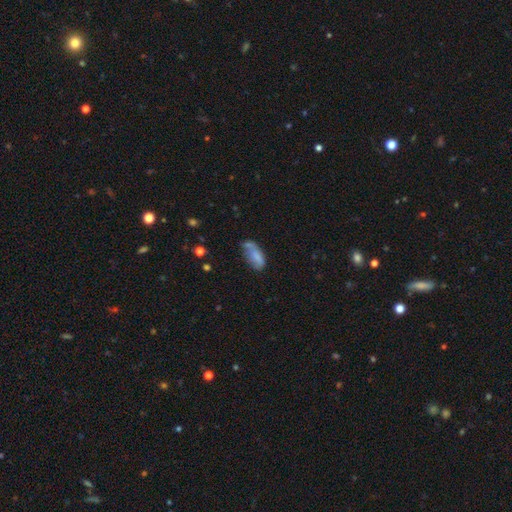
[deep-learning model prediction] Smooth or featured? Predicted: smooth (p=0.71). How rounded? Predicted: in between (p=0.85). Merging? Predicted: none (p=0.34).